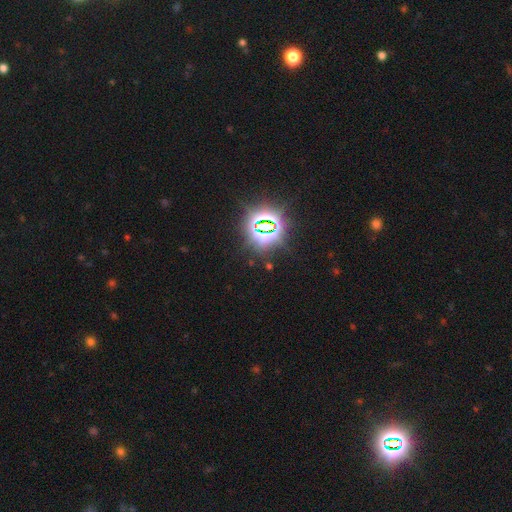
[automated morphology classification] smooth-or-featured: star or artifact: 83% | smooth: 11% | featured or disk: 6%